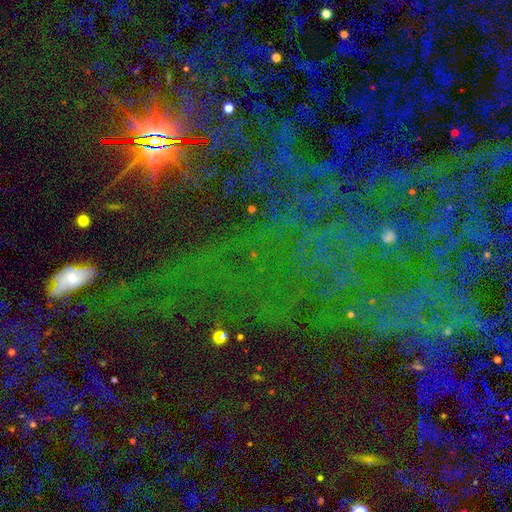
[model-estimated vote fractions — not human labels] Smooth or featured? Predicted: star or artifact (p=0.81).